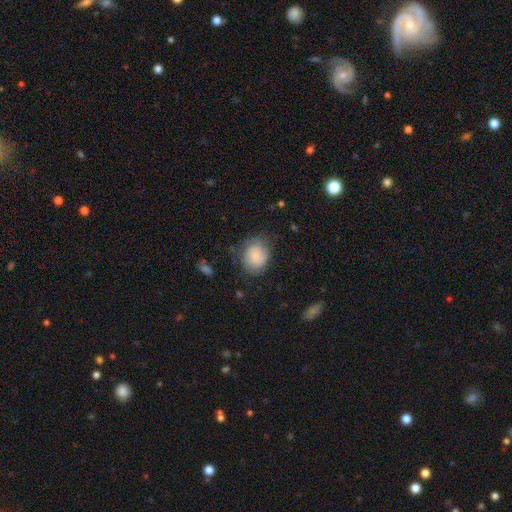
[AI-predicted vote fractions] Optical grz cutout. It shows a smooth galaxy with no disk features (72%) that is round (60%). Merging: none (63%).